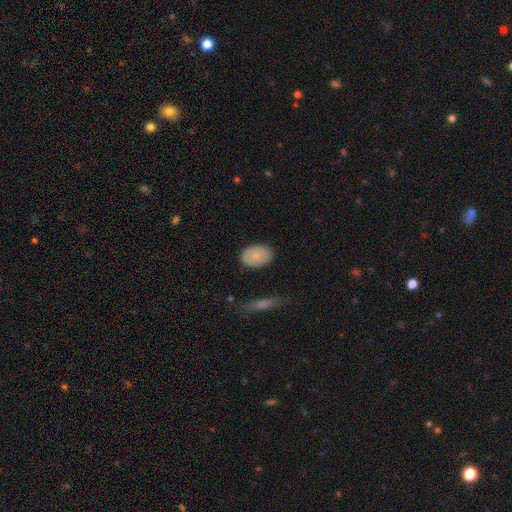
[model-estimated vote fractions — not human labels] This appears to be a smooth galaxy with no disk features (83%) that is in between round and cigar-shaped (88%). Merging: none (85%).